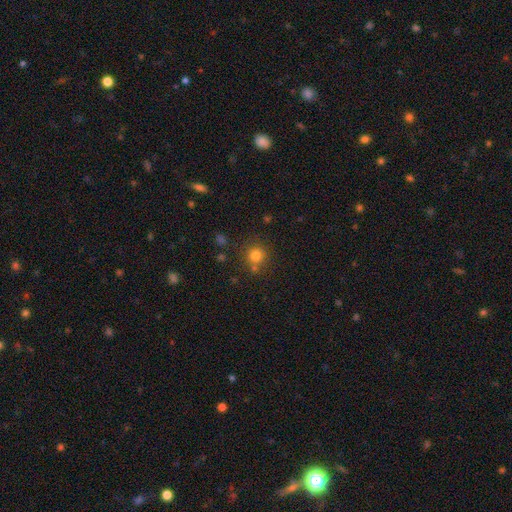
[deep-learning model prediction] smooth 79%, star or artifact 14%, featured or disk 7%. Down the decision tree: how rounded — round (93%); merging — none (76%).